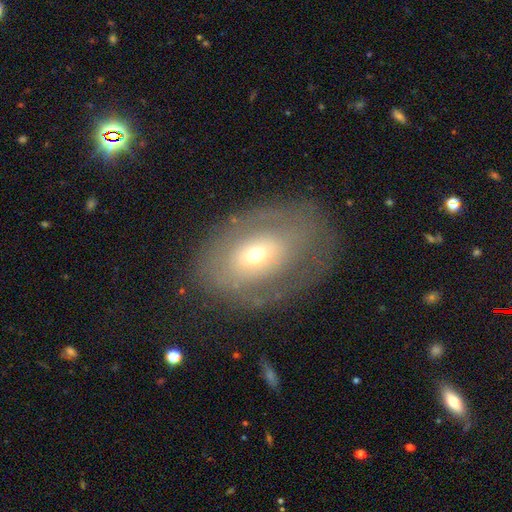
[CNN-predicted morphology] This appears to be a featured or disk galaxy (48%). Merging: none (59%).